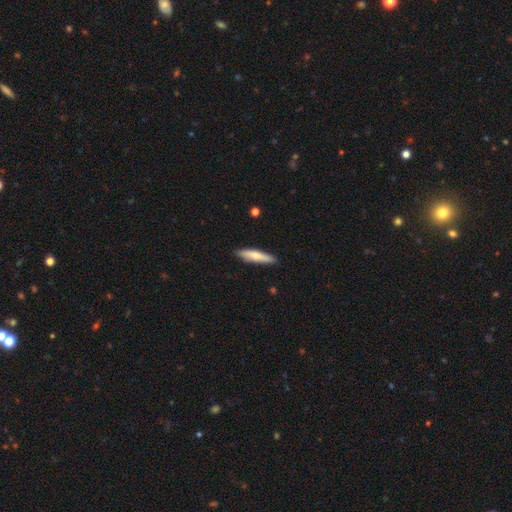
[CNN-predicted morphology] This is likely a smooth galaxy (67%). How rounded: clearly cigar-shaped (80%). Merging: clearly none (87%).